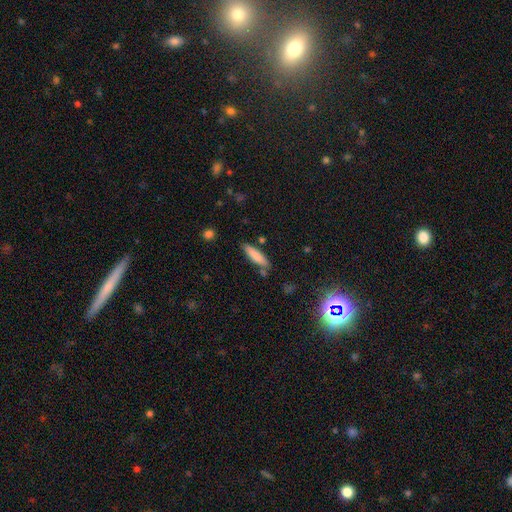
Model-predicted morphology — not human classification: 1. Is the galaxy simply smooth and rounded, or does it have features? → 80% smooth, 13% featured or disk, 6% star or artifact.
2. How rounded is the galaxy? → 76% cigar-shaped, 22% in between, 1% round.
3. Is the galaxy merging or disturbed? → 79% none, 13% minor disturbance, 6% merger, 3% major disturbance.